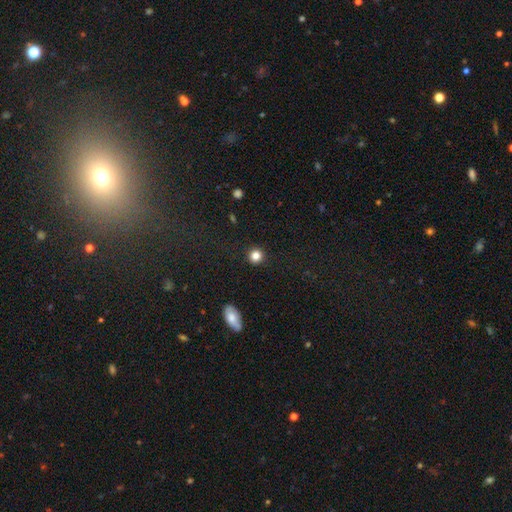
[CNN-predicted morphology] Smooth or featured: smooth — 84% (star or artifact — 11%)
How rounded: round — 93% (in between — 6%)
Merging: none — 92% (minor disturbance — 5%)